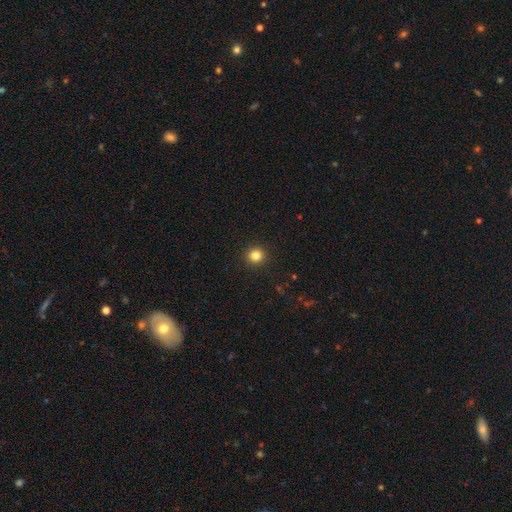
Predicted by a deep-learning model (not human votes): Smooth or featured? smooth (83%)
How rounded? round (94%)
Merging? none (93%)